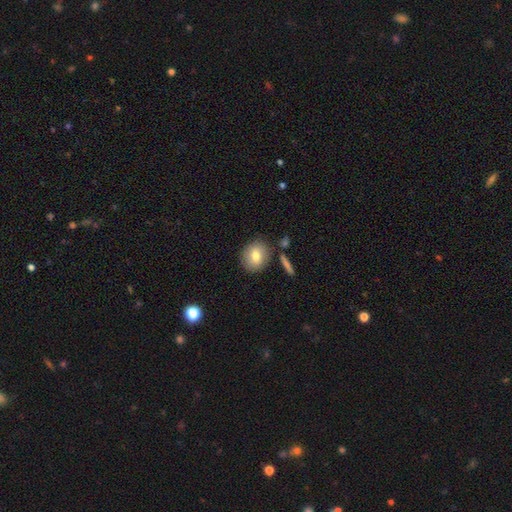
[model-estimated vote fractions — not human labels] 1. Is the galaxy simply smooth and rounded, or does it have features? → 75% smooth, 17% featured or disk, 8% star or artifact.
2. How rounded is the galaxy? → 70% round, 29% in between, 1% cigar-shaped.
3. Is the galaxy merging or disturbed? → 81% none, 11% minor disturbance, 5% merger, 3% major disturbance.